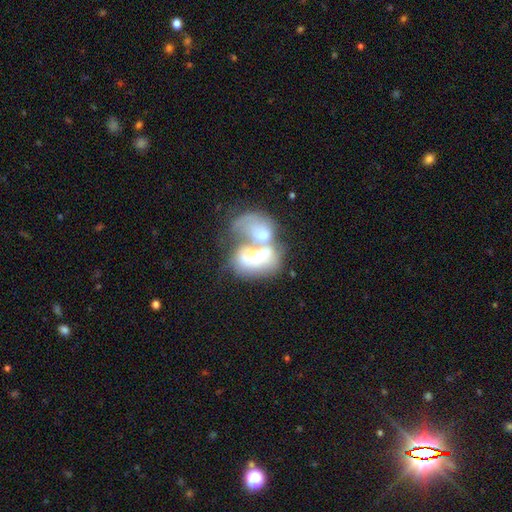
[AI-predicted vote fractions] This appears to be a featured or disk galaxy (48%). Merging: merger (76%).